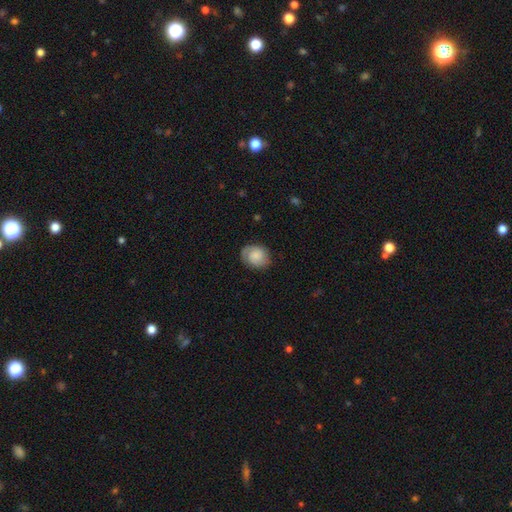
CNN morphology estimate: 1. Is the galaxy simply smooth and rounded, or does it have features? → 53% smooth, 39% featured or disk, 8% star or artifact.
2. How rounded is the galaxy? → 52% round, 47% in between, 1% cigar-shaped.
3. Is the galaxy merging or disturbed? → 74% none, 19% minor disturbance, 6% major disturbance, 1% merger.